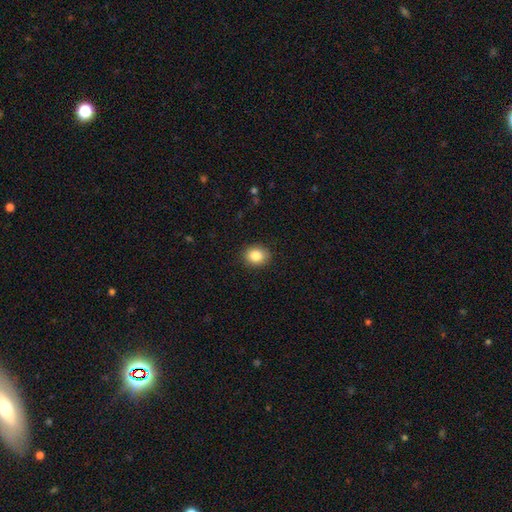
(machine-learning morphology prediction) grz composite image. It shows a smooth galaxy with no disk features (85%) that is round (58%). Merging: none (89%).